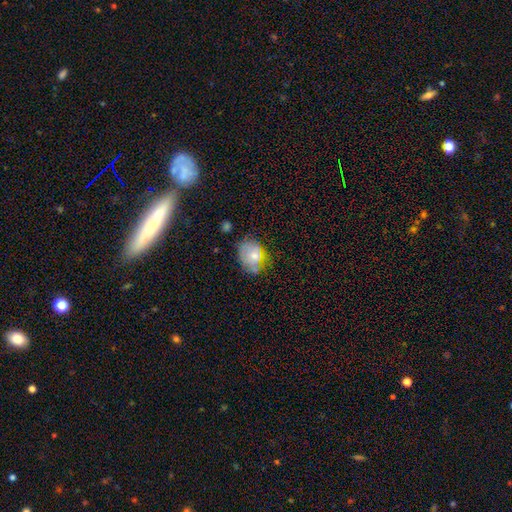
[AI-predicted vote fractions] smooth_or_featured: smooth (p=0.60) [alt: featured or disk p=0.26]
how_rounded: in between (p=0.59) [alt: round p=0.39]
merging: none (p=0.56) [alt: minor disturbance p=0.29]